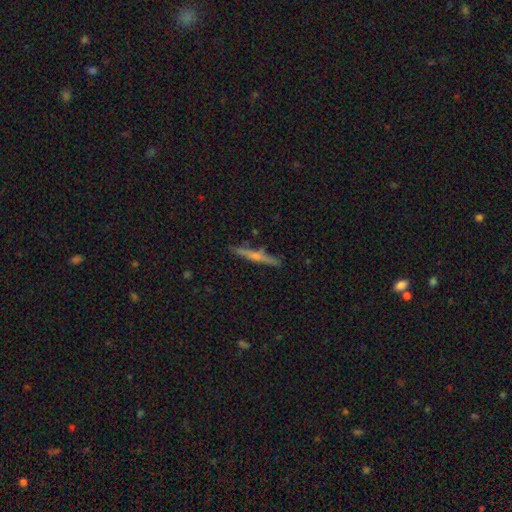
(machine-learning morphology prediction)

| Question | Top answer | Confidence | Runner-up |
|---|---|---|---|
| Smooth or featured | featured or disk | 59% | smooth (33%) |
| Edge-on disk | yes | 97% | no (3%) |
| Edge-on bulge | rounded | 67% | none (26%) |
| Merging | none | 87% | minor disturbance (9%) |